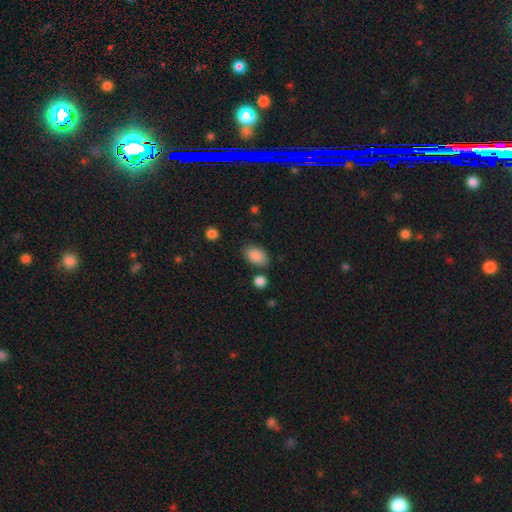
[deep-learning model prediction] A smooth galaxy with no disk features (88%) that is in between round and cigar-shaped (89%). Merging: none (75%).